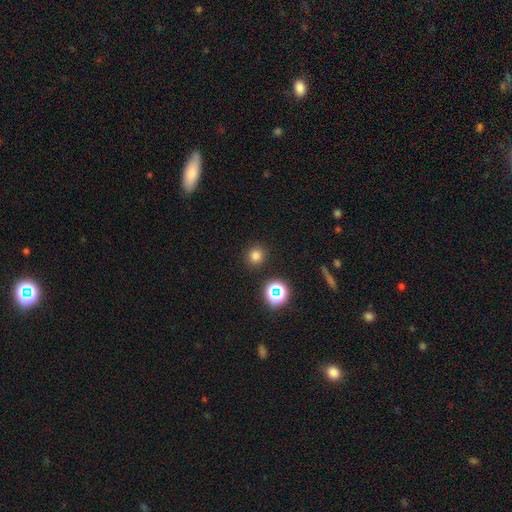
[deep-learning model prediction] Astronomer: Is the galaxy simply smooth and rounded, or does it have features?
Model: smooth — 76%.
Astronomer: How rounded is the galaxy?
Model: round — 92%.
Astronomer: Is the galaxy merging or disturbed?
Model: none — 89%.